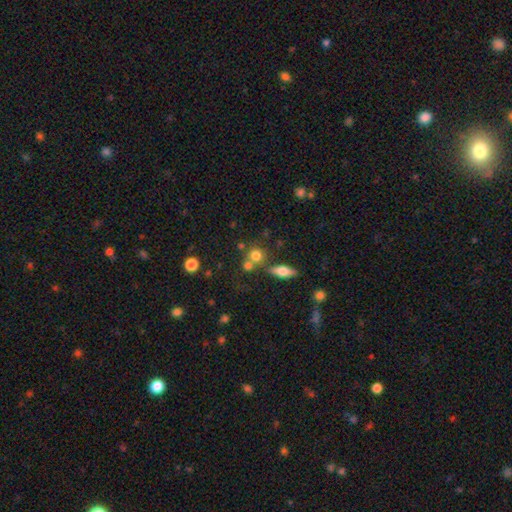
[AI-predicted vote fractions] This is likely a smooth galaxy (76%). How rounded: clearly round (82%). Merging: possibly none (56%).